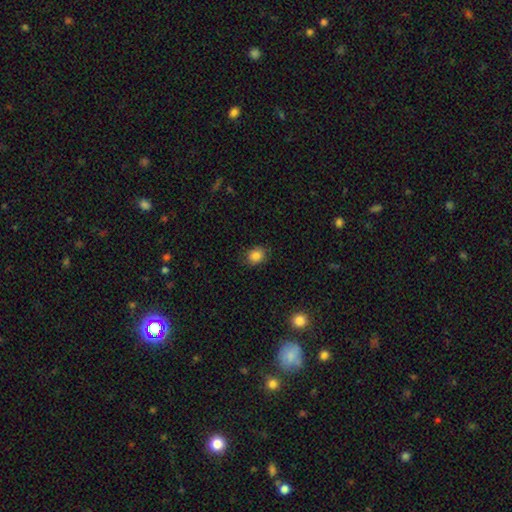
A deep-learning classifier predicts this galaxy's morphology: type=smooth (85%); roundness=round (60%); merging=none (82%).